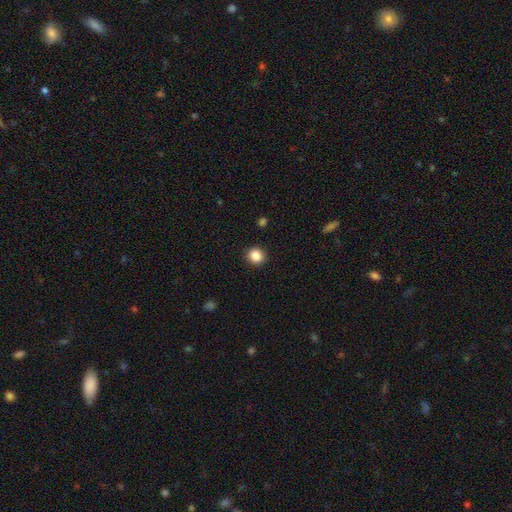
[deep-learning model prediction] A smooth galaxy with no disk features (87%) that is round (89%).

Vote fractions:
- Smooth or featured? smooth: 87% / star or artifact: 10% / featured or disk: 3%
- How rounded? round: 89% / in between: 10% / cigar-shaped: 1%
- Merging? none: 92% / minor disturbance: 5% / major disturbance: 2% / merger: 1%